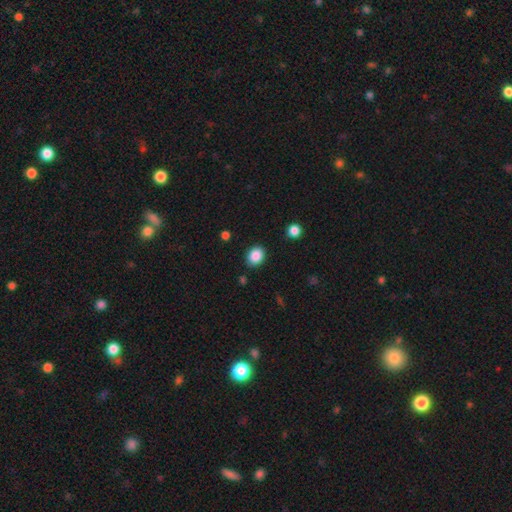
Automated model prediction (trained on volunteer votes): Smooth or featured: smooth — 87% (star or artifact — 9%)
How rounded: in between — 53% (round — 46%)
Merging: none — 86% (minor disturbance — 10%)